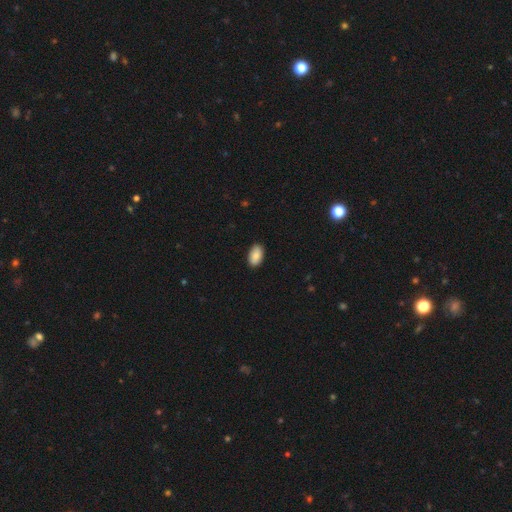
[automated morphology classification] smooth_or_featured: smooth (p=0.88) [alt: star or artifact p=0.07]
how_rounded: in between (p=0.94) [alt: round p=0.04]
merging: none (p=0.89) [alt: minor disturbance p=0.08]